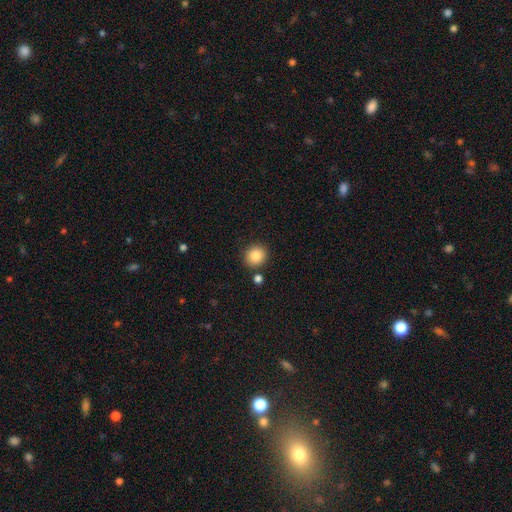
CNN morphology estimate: Q: Smooth or featured?
A: smooth (86%); runner-up: star or artifact (9%)
Q: How rounded?
A: round (87%); runner-up: in between (12%)
Q: Merging?
A: none (84%); runner-up: minor disturbance (8%)